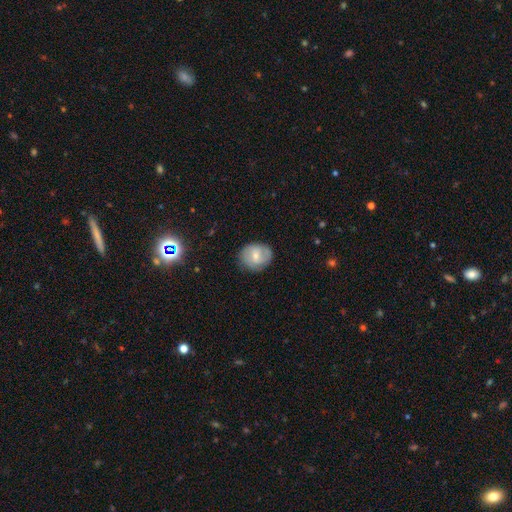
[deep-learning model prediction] Smooth or featured? smooth (48%)
Merging? none (75%)